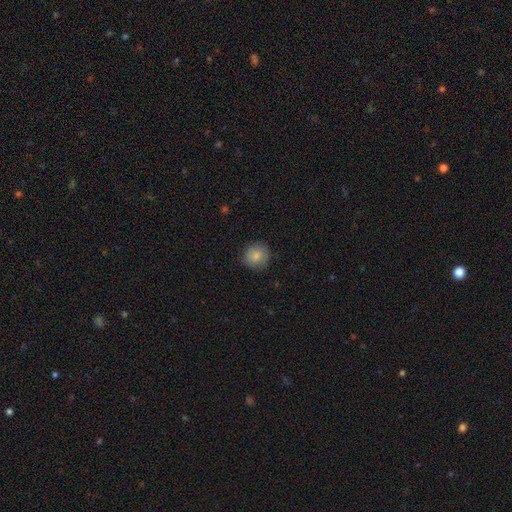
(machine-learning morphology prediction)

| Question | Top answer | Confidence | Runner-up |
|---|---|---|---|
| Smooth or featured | smooth | 83% | featured or disk (9%) |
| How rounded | round | 91% | in between (8%) |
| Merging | none | 84% | minor disturbance (12%) |